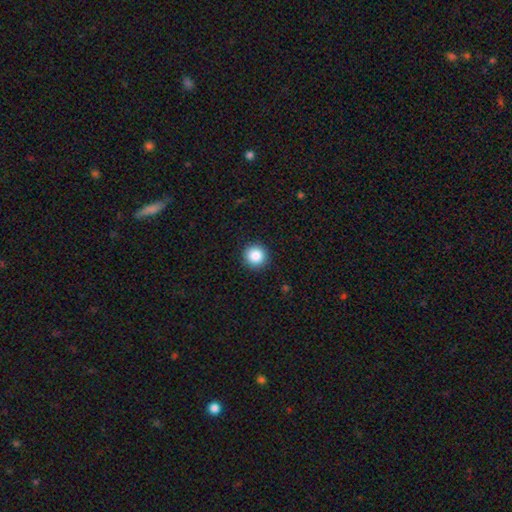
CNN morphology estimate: Smooth or featured: smooth — 86% (star or artifact — 9%)
How rounded: round — 95% (in between — 4%)
Merging: none — 92% (minor disturbance — 5%)